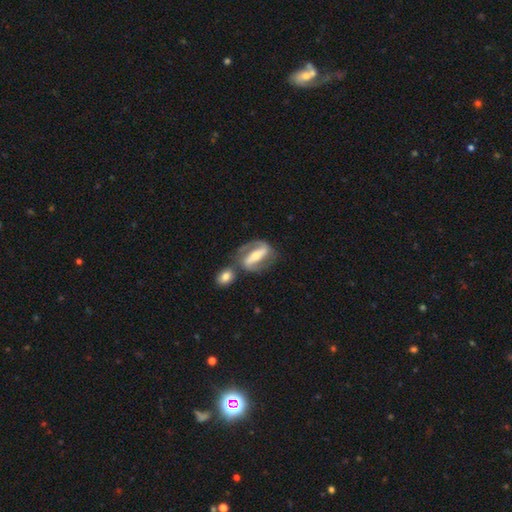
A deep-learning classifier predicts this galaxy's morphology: Q: Smooth or featured?
A: featured or disk (76%); runner-up: smooth (18%)
Q: Edge-on disk?
A: no (89%); runner-up: yes (11%)
Q: Bar?
A: strong (76%); runner-up: weak (16%)
Q: Spiral arms?
A: yes (84%); runner-up: no (16%)
Q: Spiral winding?
A: medium (45%); runner-up: tight (30%)
Q: Spiral arm count?
A: 2 (84%); runner-up: 1 (7%)
Q: Bulge size?
A: moderate (48%); runner-up: small (32%)
Q: Merging?
A: none (55%); runner-up: merger (23%)